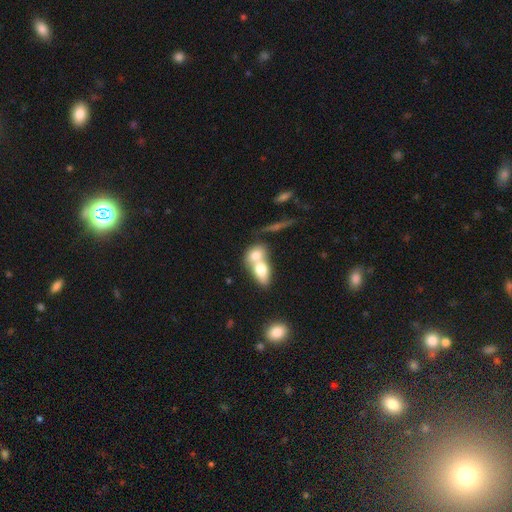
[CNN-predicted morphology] Smooth or featured: smooth — 71% (featured or disk — 22%)
How rounded: in between — 72% (round — 23%)
Merging: merger — 75% (none — 16%)